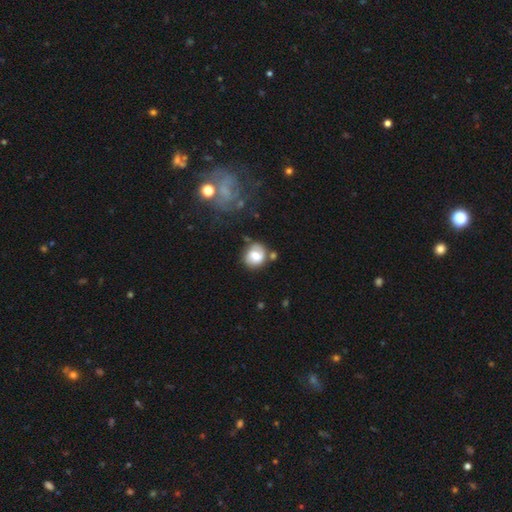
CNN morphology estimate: Smooth or featured? smooth (54%)
How rounded? round (75%)
Merging? none (64%)